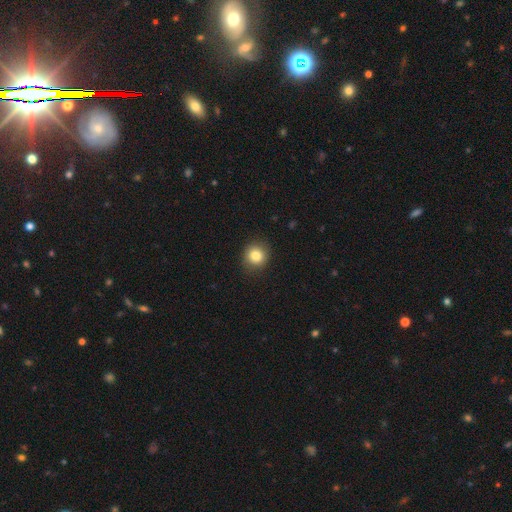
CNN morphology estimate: smooth 83%, star or artifact 10%, featured or disk 6%. Down the decision tree: how rounded — round (88%); merging — none (89%).